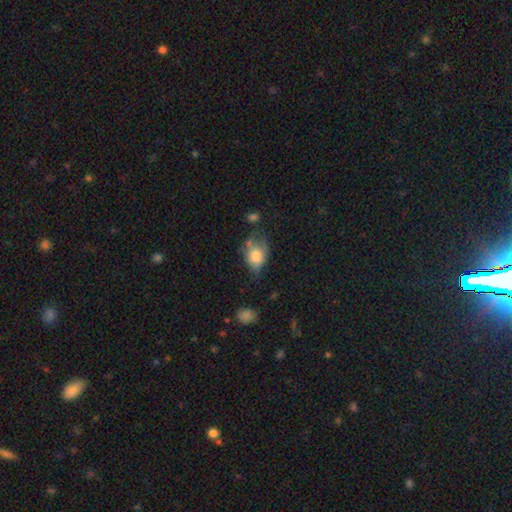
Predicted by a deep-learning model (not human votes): Smooth or featured? smooth (71%)
How rounded? in between (73%)
Merging? minor disturbance (33%, tied with none)